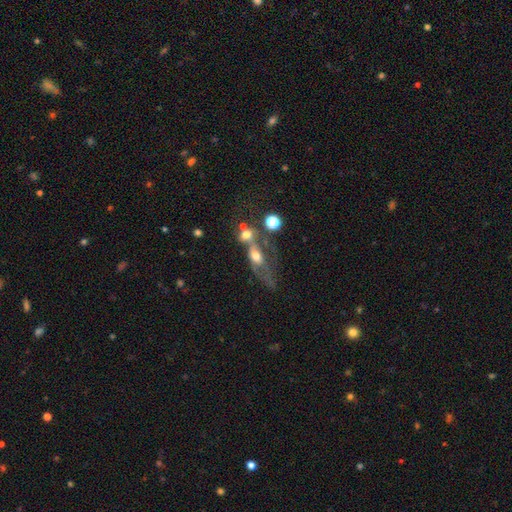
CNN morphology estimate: This is possibly a smooth galaxy (48%). Merging: possibly merger (51%).